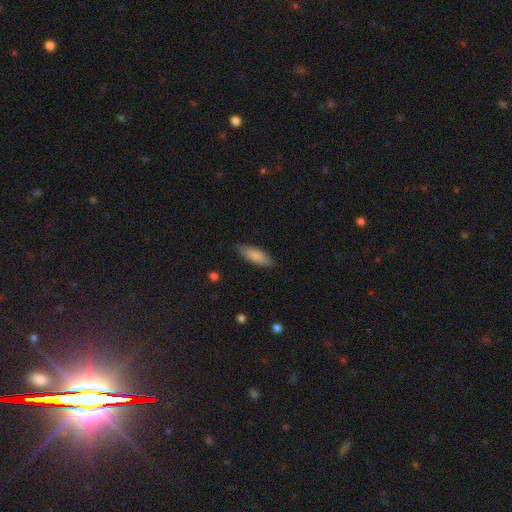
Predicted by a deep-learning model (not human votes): Smooth or featured?
  - smooth: 84% *
  - featured or disk: 11%
  - star or artifact: 6%
How rounded?
  - in between: 55% *
  - cigar-shaped: 43%
  - round: 2%
Merging?
  - none: 84% *
  - minor disturbance: 13%
  - major disturbance: 2%
  - merger: 1%